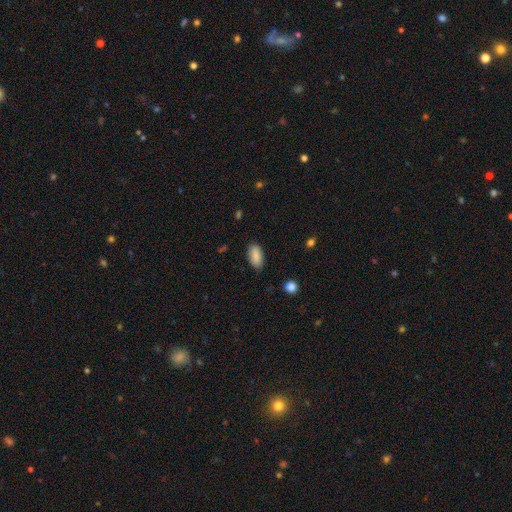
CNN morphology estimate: Smooth or featured?
  - smooth: 89% *
  - star or artifact: 7%
  - featured or disk: 5%
How rounded?
  - in between: 92% *
  - cigar-shaped: 5%
  - round: 2%
Merging?
  - none: 82% *
  - minor disturbance: 14%
  - major disturbance: 3%
  - merger: 1%